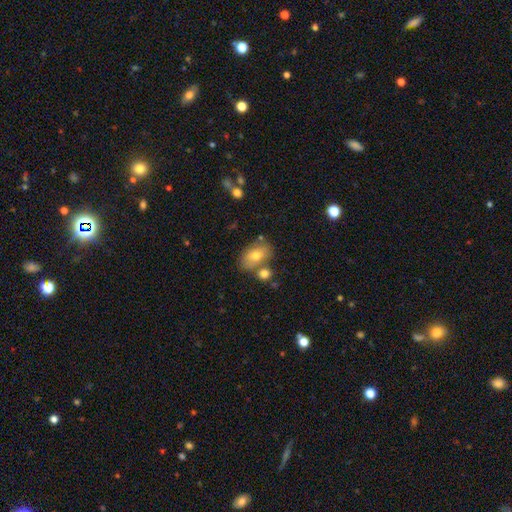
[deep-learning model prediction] A smooth galaxy with no disk features (70%) that is in between round and cigar-shaped (86%).

Vote fractions:
- Smooth or featured? smooth: 70% / featured or disk: 21% / star or artifact: 8%
- How rounded? in between: 86% / round: 13% / cigar-shaped: 2%
- Merging? none: 63% / merger: 19% / minor disturbance: 14% / major disturbance: 4%